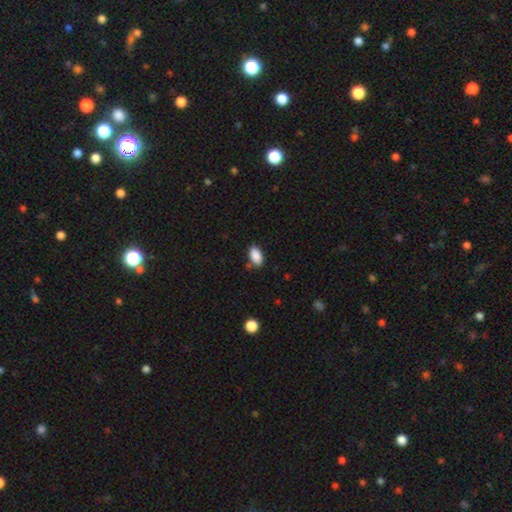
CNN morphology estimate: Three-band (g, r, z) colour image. It shows a smooth galaxy with no disk features (89%) that is in between round and cigar-shaped (94%). Merging: none (80%).